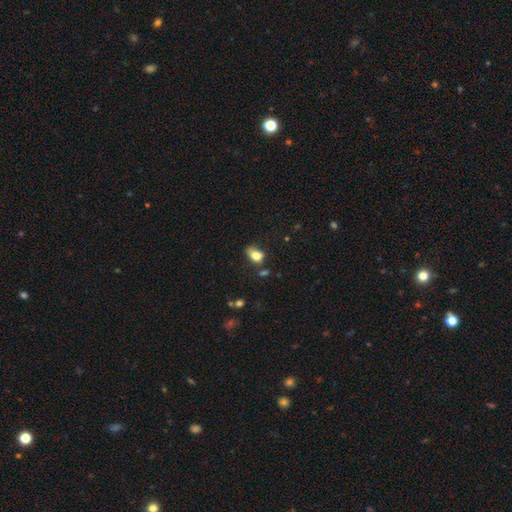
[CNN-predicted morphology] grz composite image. It shows a smooth galaxy with no disk features (79%) that is in between round and cigar-shaped (77%). Merging: none (40%).